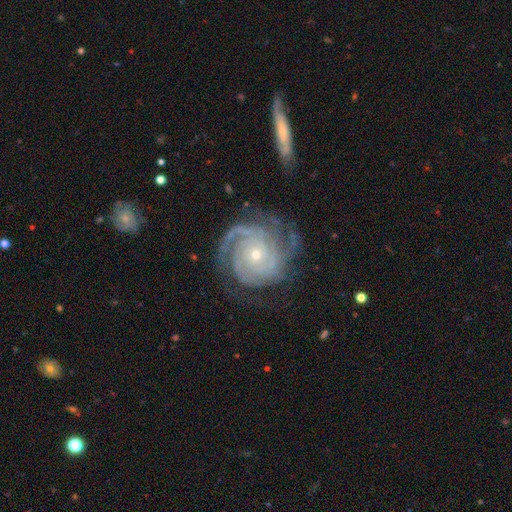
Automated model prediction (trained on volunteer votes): This is clearly a featured or disk galaxy (91%). It is clearly not viewed edge-on (97%). Bar: likely no (78%). Spiral arm pattern: clearly yes (98%). Spiral arm count: marginally 3 (34%). Spiral winding: likely tight (77%). Central bulge: likely small (68%). Merging: likely none (72%).